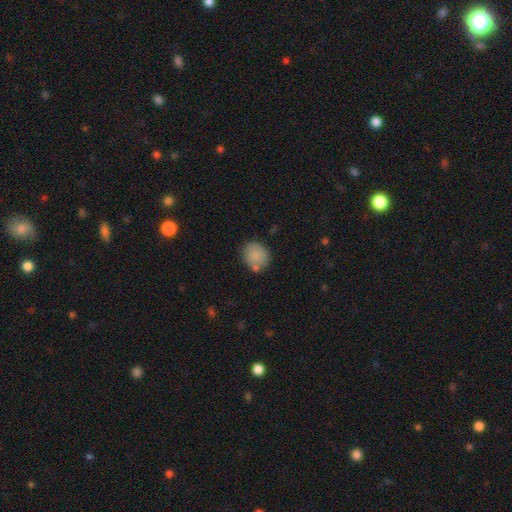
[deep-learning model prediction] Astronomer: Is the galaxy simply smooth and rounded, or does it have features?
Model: smooth — 85%.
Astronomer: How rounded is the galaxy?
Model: round — 73%.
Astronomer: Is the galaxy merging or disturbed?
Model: none — 70%.